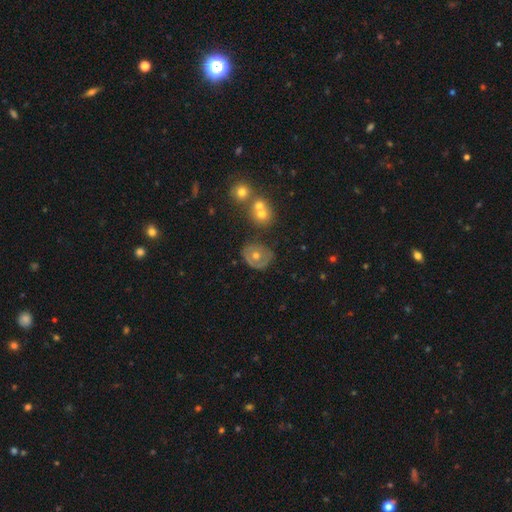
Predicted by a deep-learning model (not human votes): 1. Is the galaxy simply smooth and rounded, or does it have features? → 48% featured or disk, 39% smooth, 13% star or artifact.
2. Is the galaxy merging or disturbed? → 65% none, 20% minor disturbance, 8% merger, 8% major disturbance.